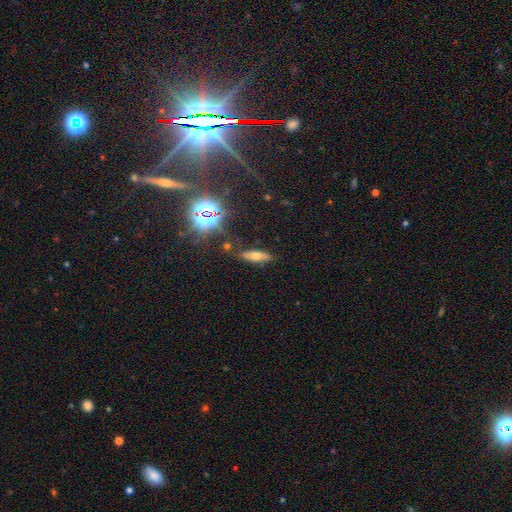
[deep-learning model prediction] Smooth or featured: smooth — 48% (featured or disk — 31%)
Merging: none — 82% (minor disturbance — 12%)